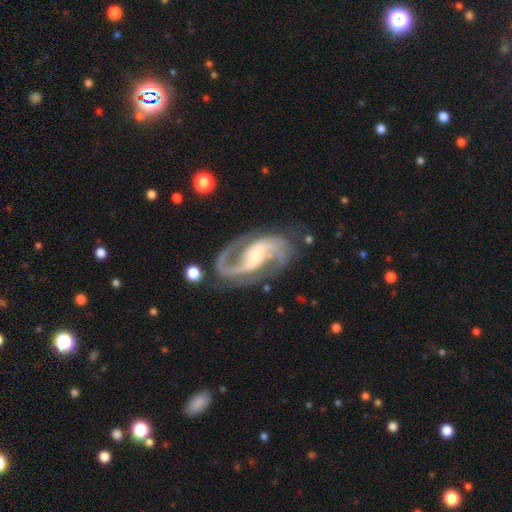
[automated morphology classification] A featured or disk galaxy (92%) with a weak bar (42%), 2 (89%) medium (55%) spiral arms (98%) and a small central bulge (47%).

Vote fractions:
- Smooth or featured? featured or disk: 92% / star or artifact: 5% / smooth: 3%
- Edge-on disk? no: 97% / yes: 3%
- Bar? weak: 42% / strong: 35% / no: 23%
- Spiral arms? yes: 98% / no: 2%
- Spiral winding? medium: 55% / loose: 31% / tight: 14%
- Spiral arm count? 2: 89% / 3: 3% / 1: 2% / can't tell: 2% / 4: 1% / more than 4: 1%
- Bulge size? small: 47% / moderate: 43% / large: 5% / none: 4% / dominant: 1%
- Merging? none: 70% / minor disturbance: 16% / major disturbance: 10% / merger: 3%